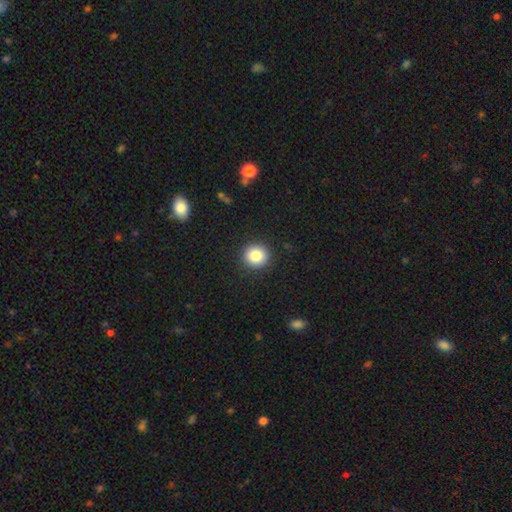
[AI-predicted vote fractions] Morphology: type=smooth (84%); roundness=round (91%); merging=none (92%).